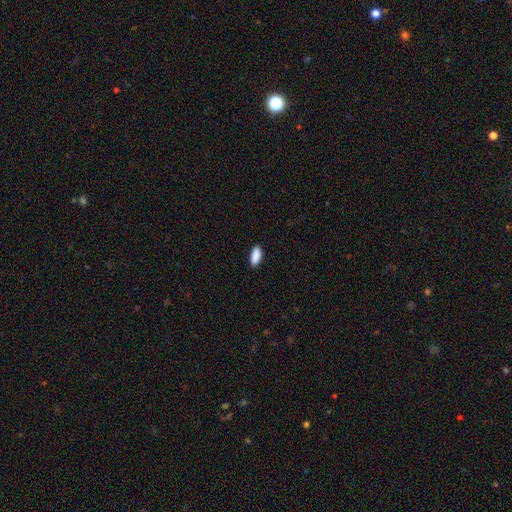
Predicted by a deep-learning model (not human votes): Morphology: type=smooth (90%); roundness=in between (85%); merging=none (88%).